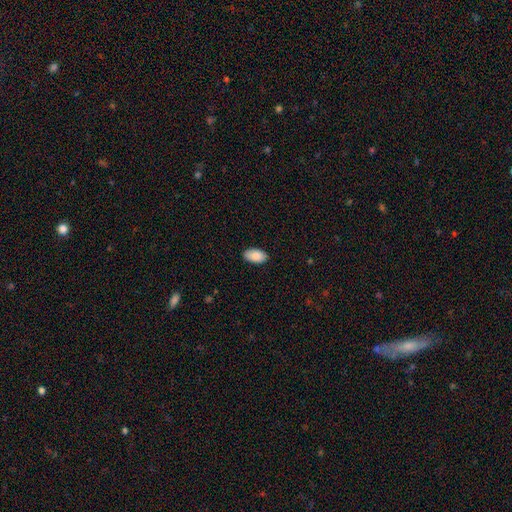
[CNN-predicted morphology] Smooth or featured?
  - smooth: 89% *
  - star or artifact: 6%
  - featured or disk: 5%
How rounded?
  - in between: 95% *
  - round: 3%
  - cigar-shaped: 2%
Merging?
  - none: 87% *
  - minor disturbance: 10%
  - major disturbance: 2%
  - merger: 1%